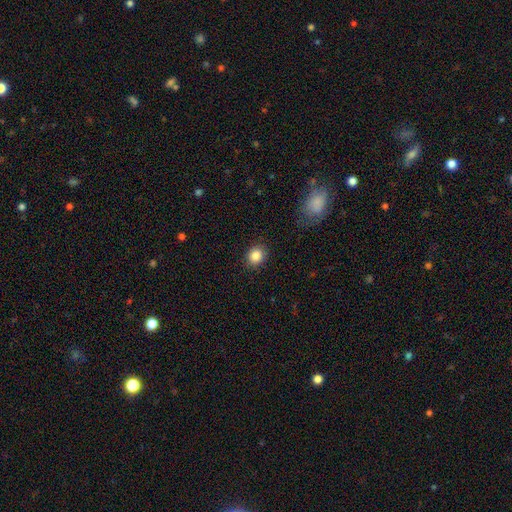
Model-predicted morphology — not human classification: type=smooth (86%); roundness=round (67%); merging=none (89%).